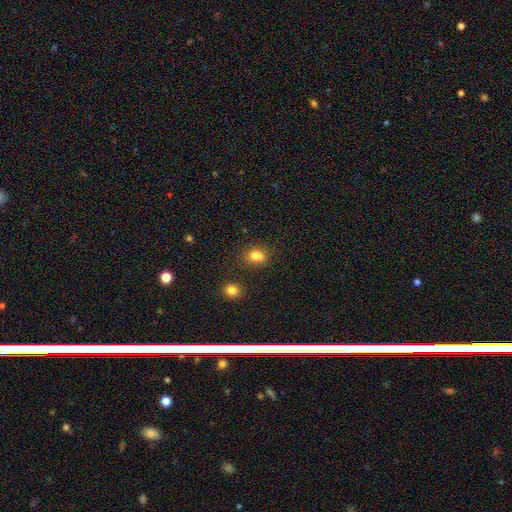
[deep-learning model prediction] Overall: smooth (78%). How rounded: round (58%; in between 41%). Merging: none (53%; merger 24%).